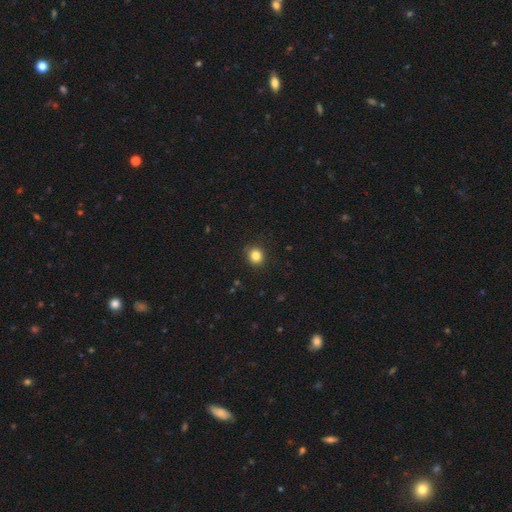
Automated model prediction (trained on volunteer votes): Smooth or featured? Predicted: smooth (p=0.84). How rounded? Predicted: round (p=0.80). Merging? Predicted: none (p=0.89).